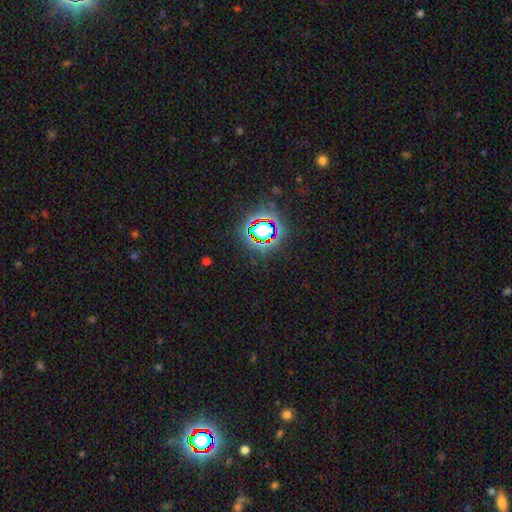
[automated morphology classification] Smooth or featured? star or artifact (80%)